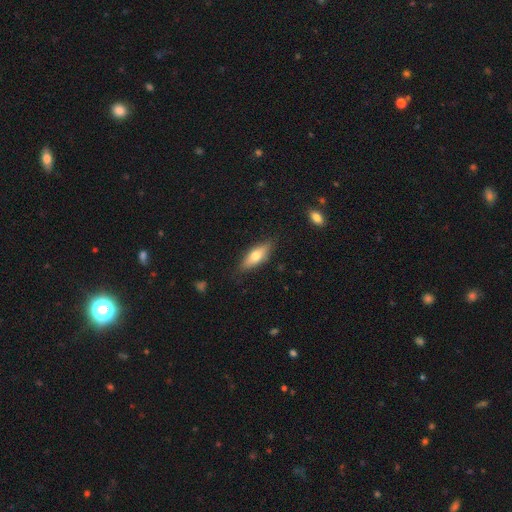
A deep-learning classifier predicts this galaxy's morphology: smooth 63%, featured or disk 31%, star or artifact 6%. Down the decision tree: how rounded — in between (58%); merging — none (84%).